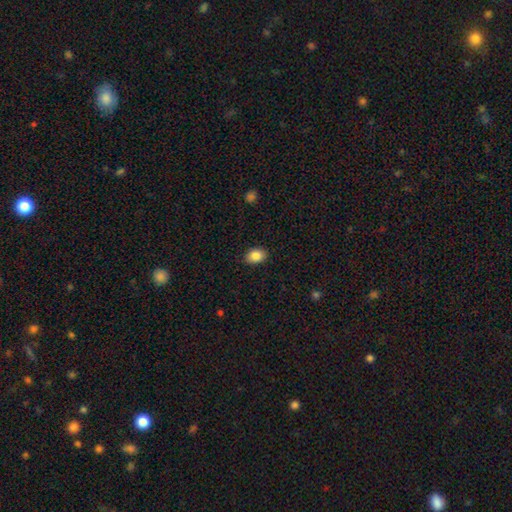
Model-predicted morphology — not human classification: Smooth or featured?
  - smooth: 86% *
  - star or artifact: 8%
  - featured or disk: 6%
How rounded?
  - in between: 77% *
  - round: 22%
  - cigar-shaped: 1%
Merging?
  - none: 88% *
  - minor disturbance: 9%
  - major disturbance: 2%
  - merger: 1%